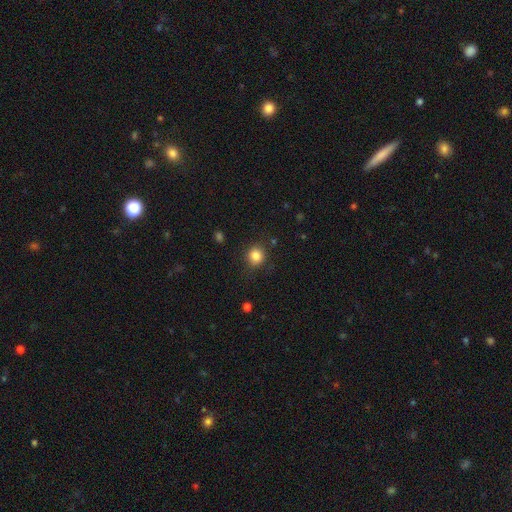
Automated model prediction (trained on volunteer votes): Smooth or featured? smooth (83%)
How rounded? round (87%)
Merging? none (86%)